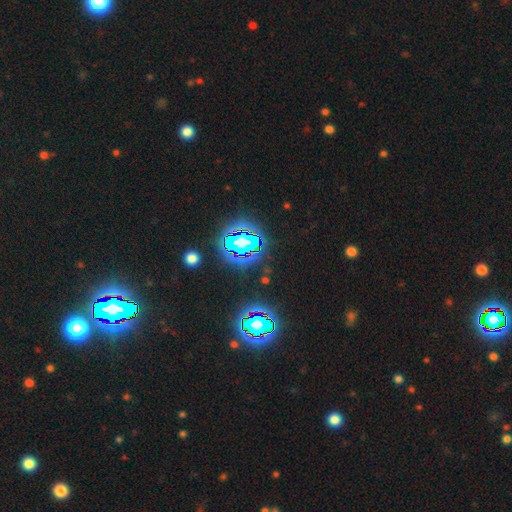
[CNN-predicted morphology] Smooth or featured? Predicted: star or artifact (p=0.85).